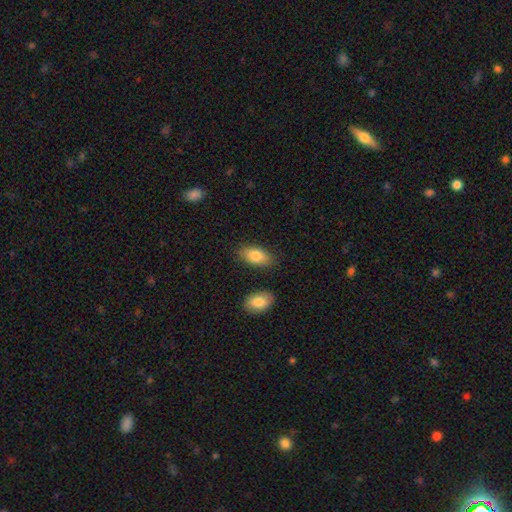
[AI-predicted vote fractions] Overall: smooth (83%). How rounded: in between (92%). Merging: none (80%).